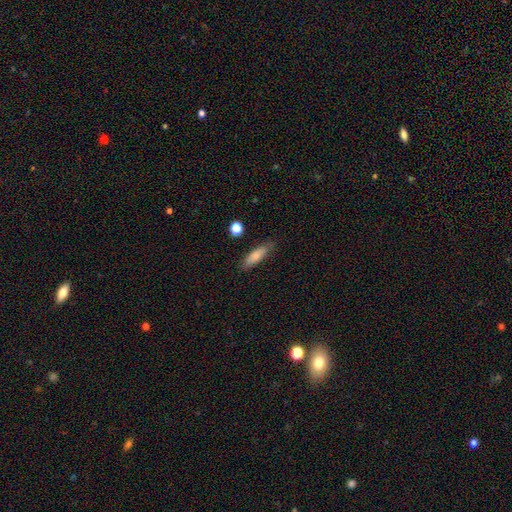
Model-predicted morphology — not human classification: type=smooth (77%); roundness=cigar-shaped (57%); merging=none (81%).